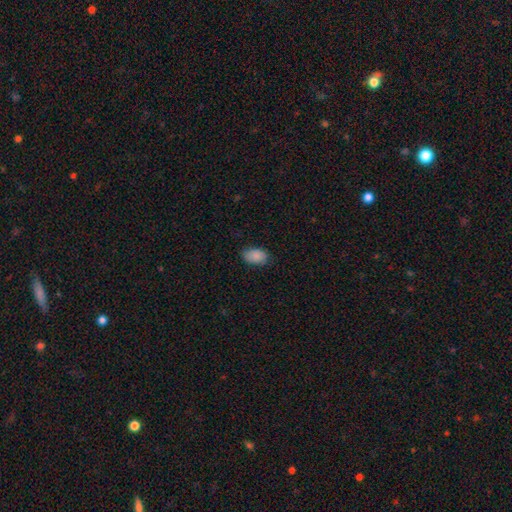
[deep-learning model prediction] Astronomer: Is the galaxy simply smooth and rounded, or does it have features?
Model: smooth — 88%.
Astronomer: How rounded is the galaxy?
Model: in between — 92%.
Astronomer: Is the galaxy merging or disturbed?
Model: none — 82%.